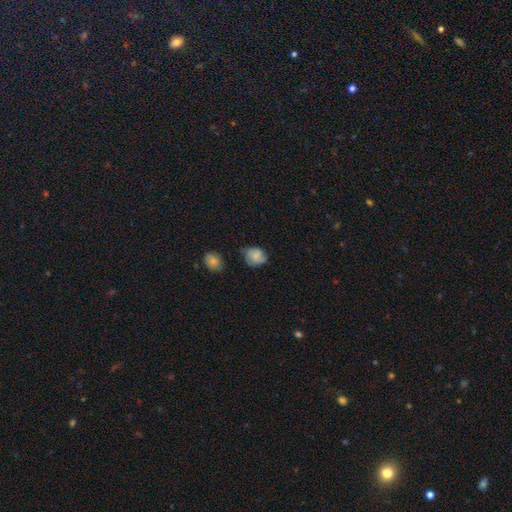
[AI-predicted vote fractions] A smooth galaxy with no disk features (63%) that is round (62%).

Vote fractions:
- Smooth or featured? smooth: 63% / featured or disk: 28% / star or artifact: 9%
- How rounded? round: 62% / in between: 37% / cigar-shaped: 1%
- Merging? none: 58% / minor disturbance: 30% / major disturbance: 9% / merger: 3%